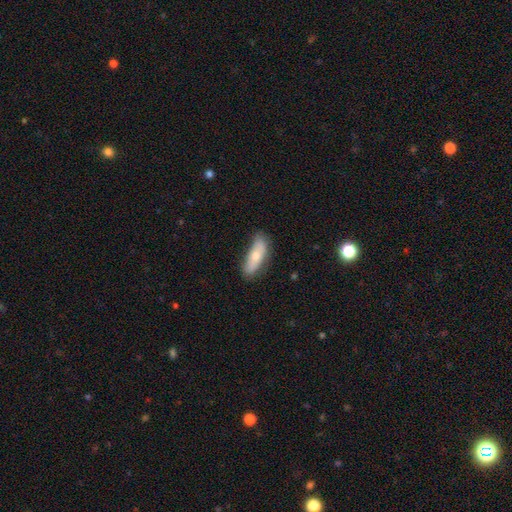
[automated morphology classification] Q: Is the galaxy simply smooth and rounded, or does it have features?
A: smooth — 66%.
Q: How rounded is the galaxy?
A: in between — 67%.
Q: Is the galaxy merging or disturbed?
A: none — 72%.